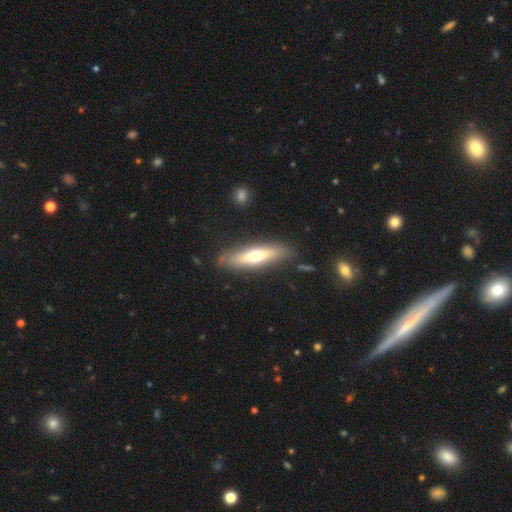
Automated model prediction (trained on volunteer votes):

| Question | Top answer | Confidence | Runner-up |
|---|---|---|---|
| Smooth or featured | smooth | 51% | featured or disk (43%) |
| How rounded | cigar-shaped | 67% | in between (31%) |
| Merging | none | 83% | minor disturbance (12%) |